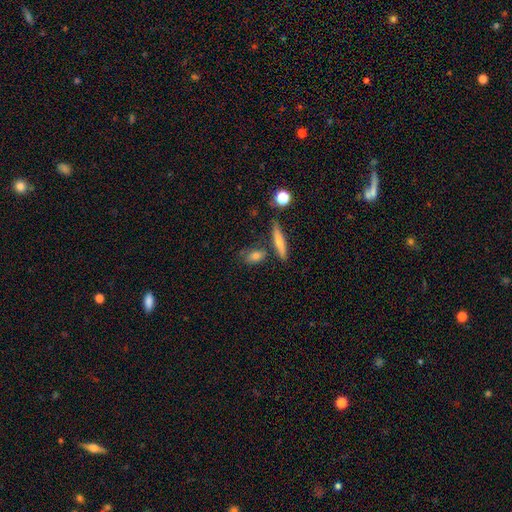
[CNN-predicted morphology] type=smooth (73%); roundness=in between (57%); merging=none (67%).